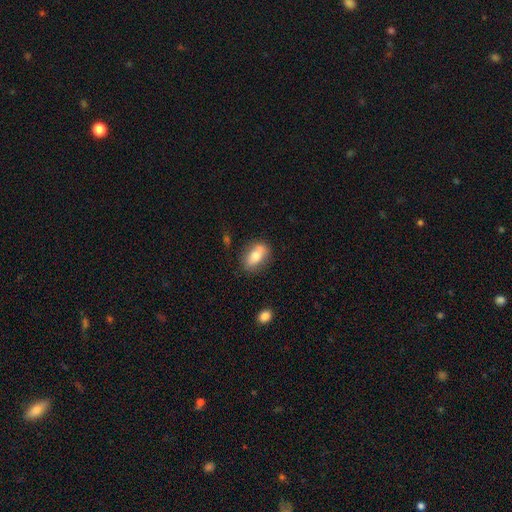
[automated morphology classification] This is likely a smooth galaxy (68%). How rounded: clearly in between (82%). Merging: likely none (68%).